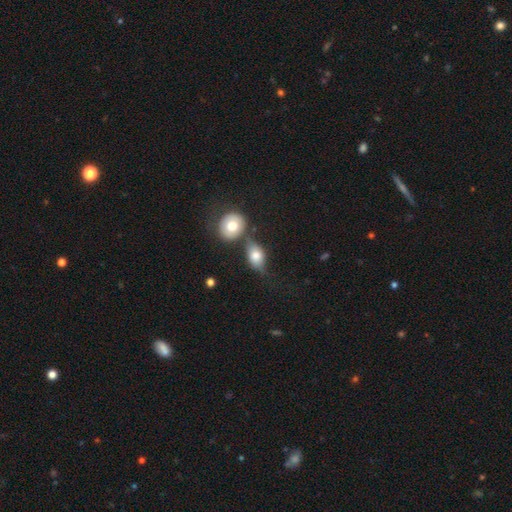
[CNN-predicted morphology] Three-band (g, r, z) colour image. It shows a smooth galaxy with no disk features (73%) that is in between round and cigar-shaped (77%). Merging: none (47%).